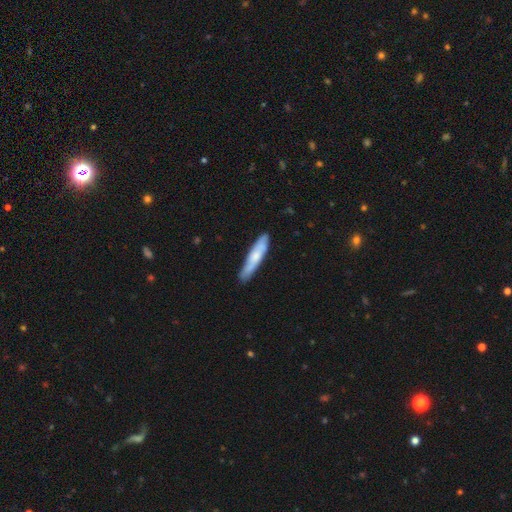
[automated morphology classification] Smooth or featured: smooth — 61% (featured or disk — 34%)
How rounded: cigar-shaped — 86% (in between — 13%)
Merging: none — 80% (minor disturbance — 16%)